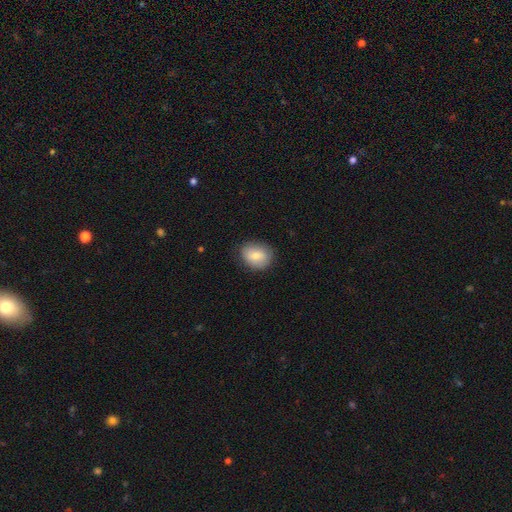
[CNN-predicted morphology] smooth_or_featured: smooth (p=0.78) [alt: featured or disk p=0.14]
how_rounded: round (p=0.54) [alt: in between p=0.45]
merging: none (p=0.83) [alt: minor disturbance p=0.13]